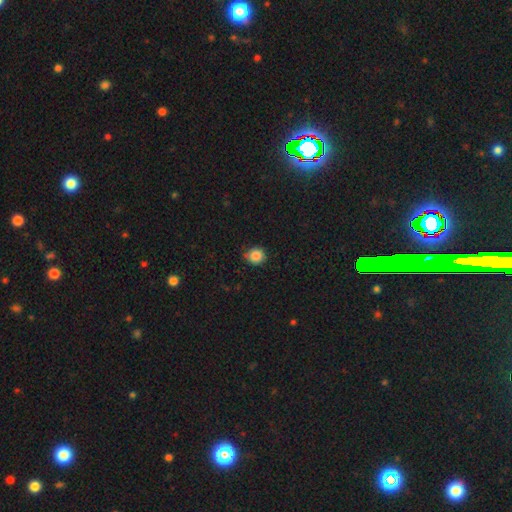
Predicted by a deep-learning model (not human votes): The model was most divided on "merging": none: 79%, minor disturbance: 17%, major disturbance: 2%, merger: 2%. More confident: how rounded — round (90%); smooth or featured — smooth (86%).